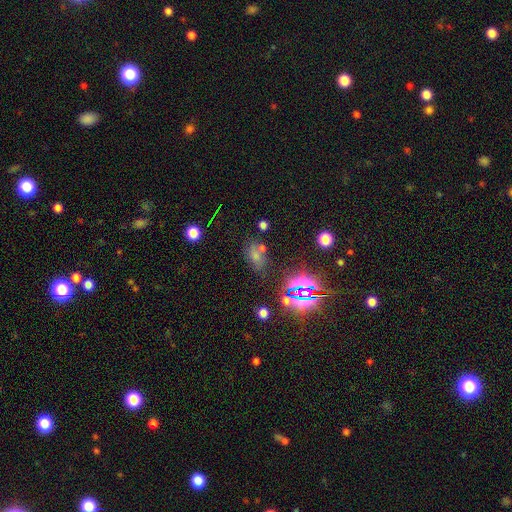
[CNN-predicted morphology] A star or artifact, not a galaxy (55%).